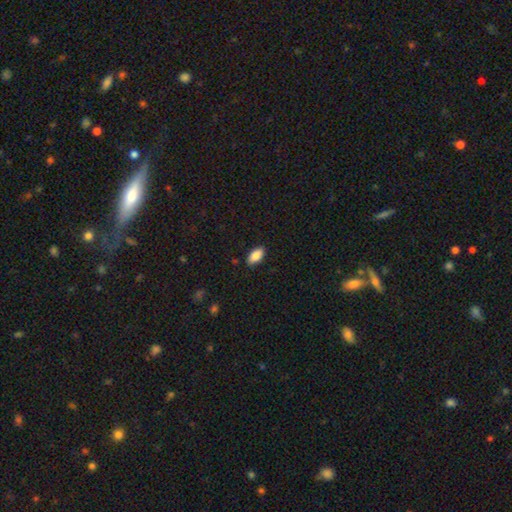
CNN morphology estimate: A smooth galaxy with no disk features (87%) that is in between round and cigar-shaped (93%). Merging: none (88%).